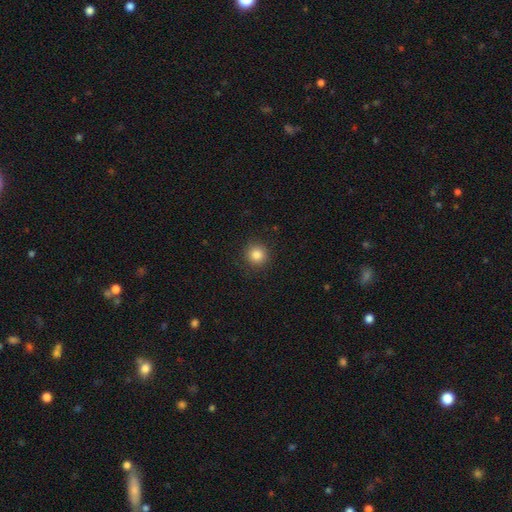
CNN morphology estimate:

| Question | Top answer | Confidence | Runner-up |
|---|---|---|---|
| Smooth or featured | smooth | 84% | star or artifact (11%) |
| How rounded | round | 94% | in between (5%) |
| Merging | none | 91% | minor disturbance (6%) |